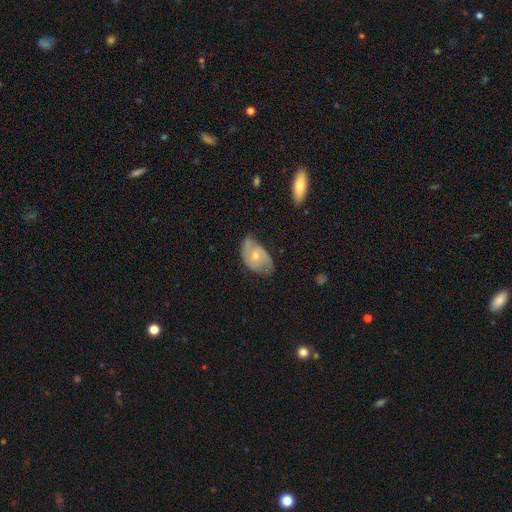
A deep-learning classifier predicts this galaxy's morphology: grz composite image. It shows a featured or disk galaxy (60%) with no bar (74%), spiral arms (76%) and a moderate central bulge (54%). Merging: none (51%).